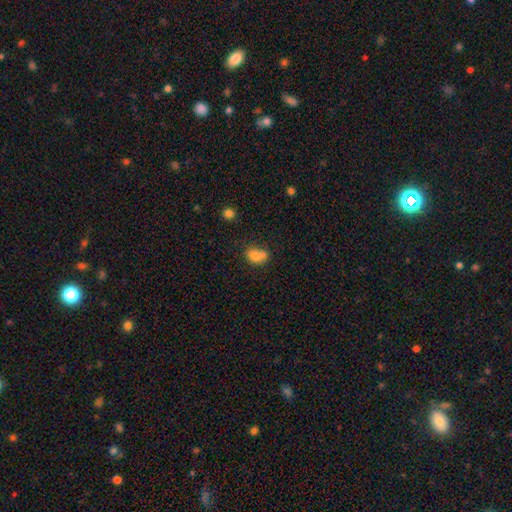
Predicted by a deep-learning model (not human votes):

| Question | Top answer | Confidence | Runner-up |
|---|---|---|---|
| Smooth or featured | smooth | 77% | featured or disk (13%) |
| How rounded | in between | 62% | round (37%) |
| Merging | merger | 44% | none (36%) |